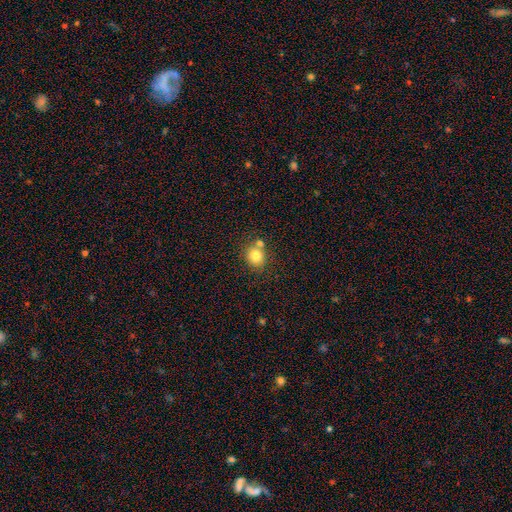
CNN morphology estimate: A smooth galaxy with no disk features (80%) that is round (80%).

Vote fractions:
- Smooth or featured? smooth: 80% / star or artifact: 11% / featured or disk: 8%
- How rounded? round: 80% / in between: 19% / cigar-shaped: 1%
- Merging? none: 66% / merger: 22% / minor disturbance: 10% / major disturbance: 3%